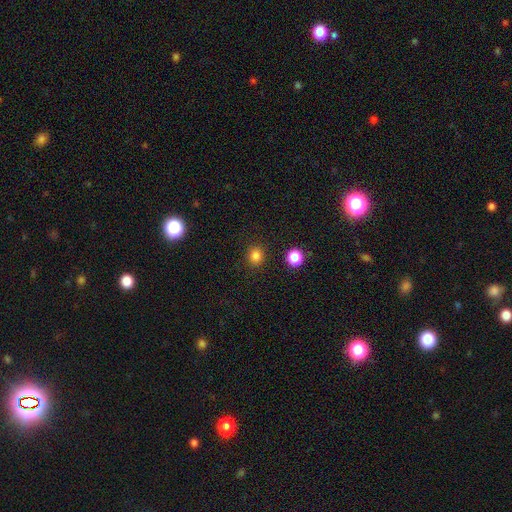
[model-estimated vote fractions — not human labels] Smooth or featured? Predicted: smooth (p=0.82). How rounded? Predicted: round (p=0.81). Merging? Predicted: none (p=0.89).